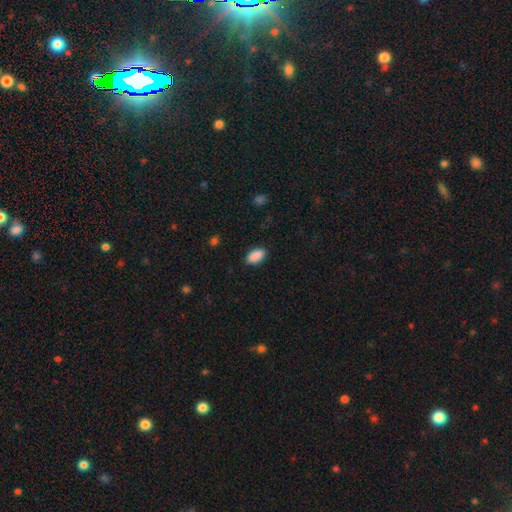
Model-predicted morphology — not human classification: Smooth or featured? smooth (90%)
How rounded? in between (92%)
Merging? none (88%)